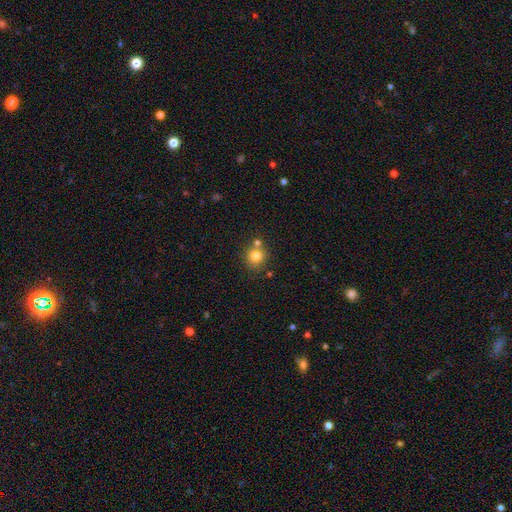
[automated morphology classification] Smooth or featured? Predicted: smooth (p=0.80). How rounded? Predicted: round (p=0.90). Merging? Predicted: none (p=0.71).